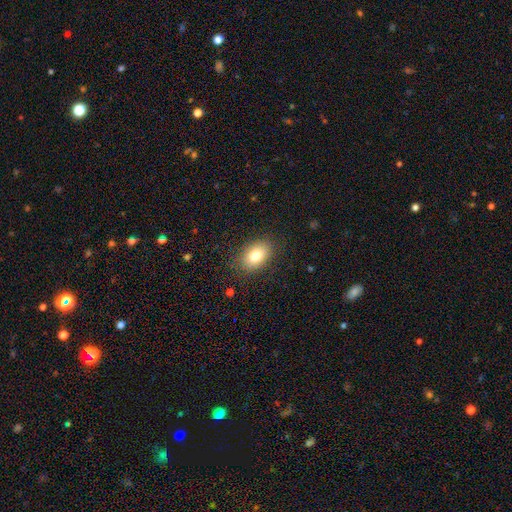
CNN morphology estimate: smooth_or_featured: smooth (p=0.81) [alt: featured or disk p=0.11]
how_rounded: in between (p=0.86) [alt: round p=0.13]
merging: none (p=0.85) [alt: minor disturbance p=0.11]